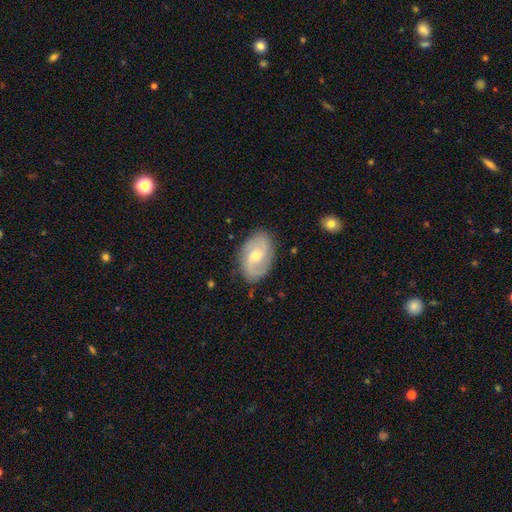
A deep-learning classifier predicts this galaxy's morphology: Smooth or featured?
  - featured or disk: 75% *
  - smooth: 19%
  - star or artifact: 5%
Edge-on disk?
  - no: 97% *
  - yes: 3%
Bar?
  - weak: 48% *
  - no: 42%
  - strong: 10%
Spiral arms?
  - yes: 92% *
  - no: 8%
Spiral winding?
  - medium: 46% *
  - loose: 33%
  - tight: 22%
Spiral arm count?
  - 2: 83% *
  - can't tell: 8%
  - 1: 3%
  - 3: 3%
  - 4: 1%
  - more than 4: 1%
Bulge size?
  - moderate: 51% *
  - small: 45%
  - large: 2%
  - none: 1%
  - dominant: 1%
Merging?
  - none: 81% *
  - minor disturbance: 14%
  - major disturbance: 4%
  - merger: 1%